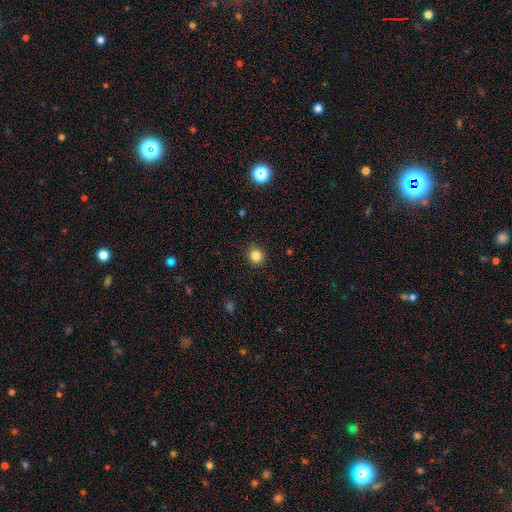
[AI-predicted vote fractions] A smooth galaxy with no disk features (84%) that is round (81%). Merging: none (89%).